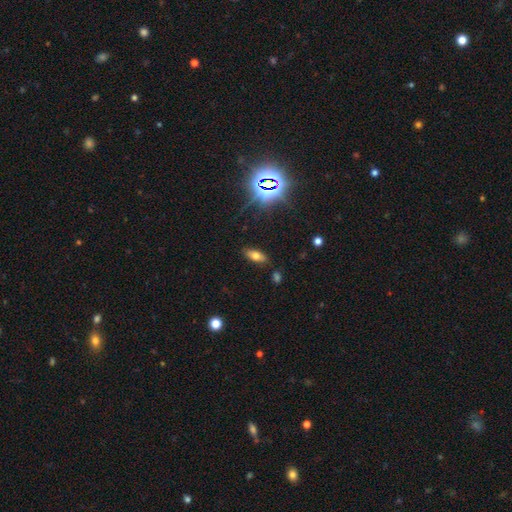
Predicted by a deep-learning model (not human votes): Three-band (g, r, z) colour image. It shows a smooth galaxy with no disk features (65%) that is in between round and cigar-shaped (83%). Merging: none (85%).